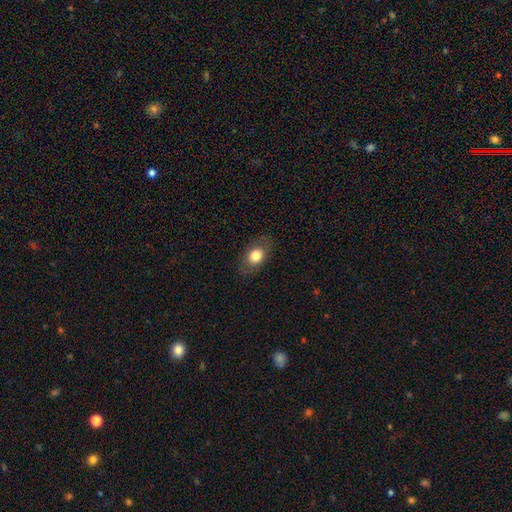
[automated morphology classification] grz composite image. It shows a smooth galaxy with no disk features (78%) that is in between round and cigar-shaped (72%). Merging: none (82%).